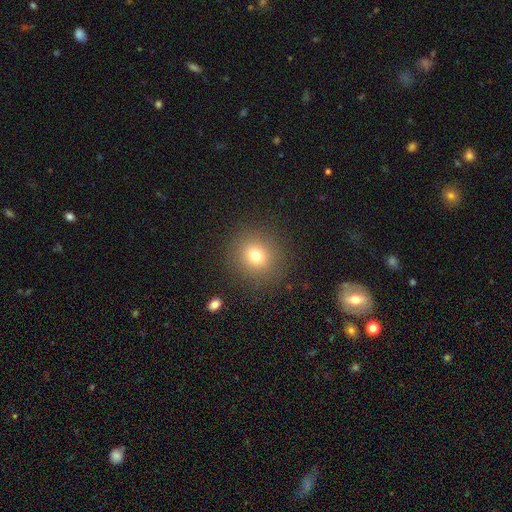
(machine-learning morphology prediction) A smooth galaxy with no disk features (75%) that is round (89%).

Vote fractions:
- Smooth or featured? smooth: 75% / star or artifact: 15% / featured or disk: 10%
- How rounded? round: 89% / in between: 10% / cigar-shaped: 1%
- Merging? none: 88% / minor disturbance: 7% / major disturbance: 3% / merger: 1%